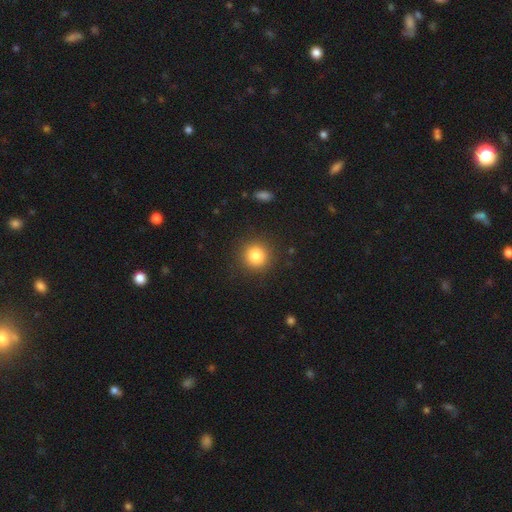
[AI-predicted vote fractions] This appears to be a smooth galaxy with no disk features (84%) that is round (93%). Merging: none (89%).